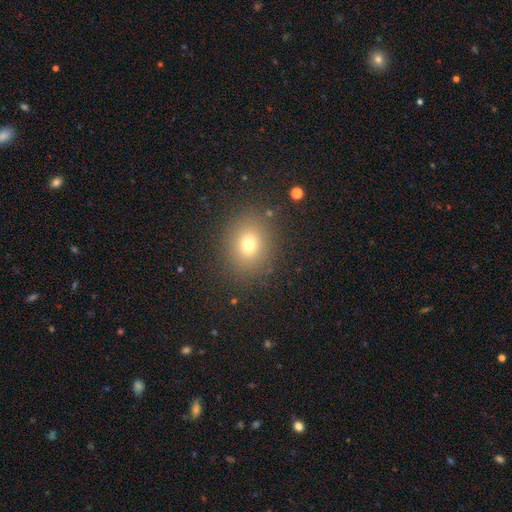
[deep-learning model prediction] The model was most divided on "how rounded": round: 63%, in between: 36%, cigar-shaped: 1%. More confident: merging — none (88%); smooth or featured — smooth (69%).